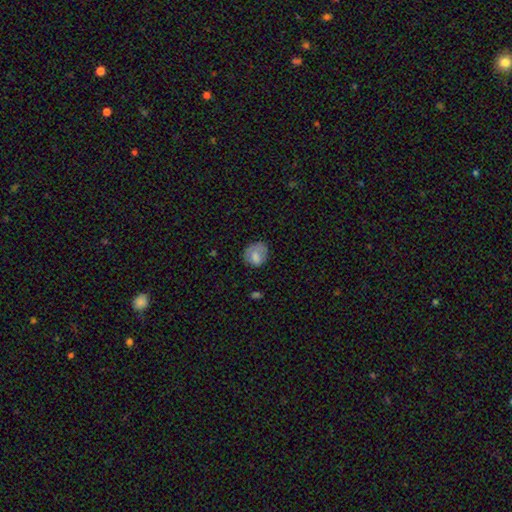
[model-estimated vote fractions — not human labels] This is likely a smooth galaxy (73%). How rounded: likely round (67%). Merging: possibly none (60%).